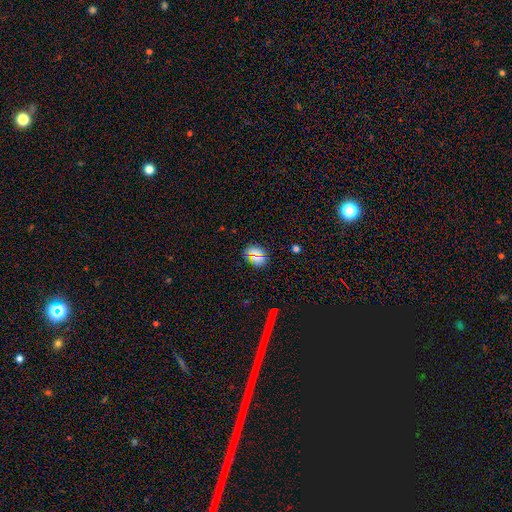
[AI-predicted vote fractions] smooth-or-featured: smooth: 67% | star or artifact: 23% | featured or disk: 10%
  how-rounded: in between: 51% | round: 45% | cigar-shaped: 4%
  merging: none: 83% | minor disturbance: 11% | major disturbance: 3% | merger: 3%